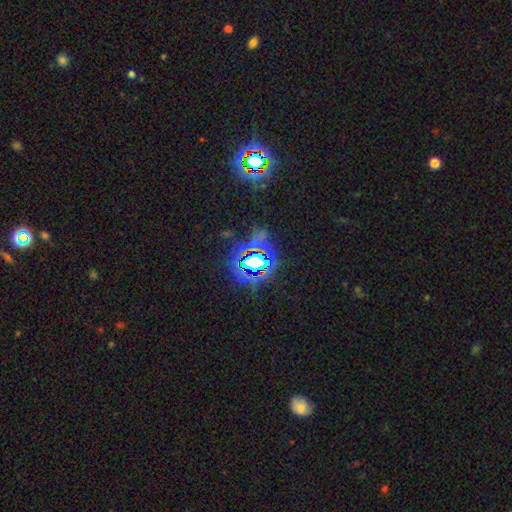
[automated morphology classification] Smooth or featured? star or artifact (74%)